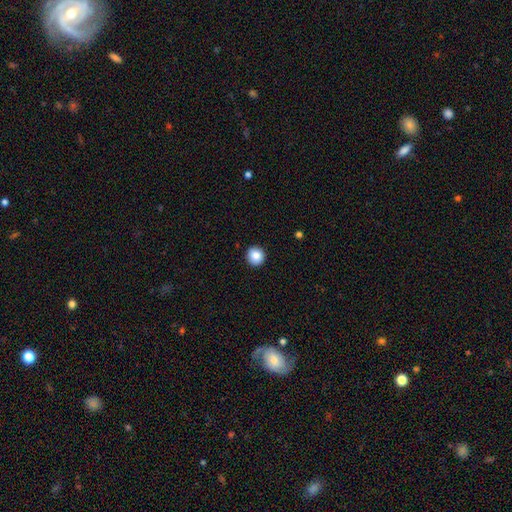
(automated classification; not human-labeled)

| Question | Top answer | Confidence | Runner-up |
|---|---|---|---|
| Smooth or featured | smooth | 87% | star or artifact (9%) |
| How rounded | round | 92% | in between (7%) |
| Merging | none | 92% | minor disturbance (6%) |